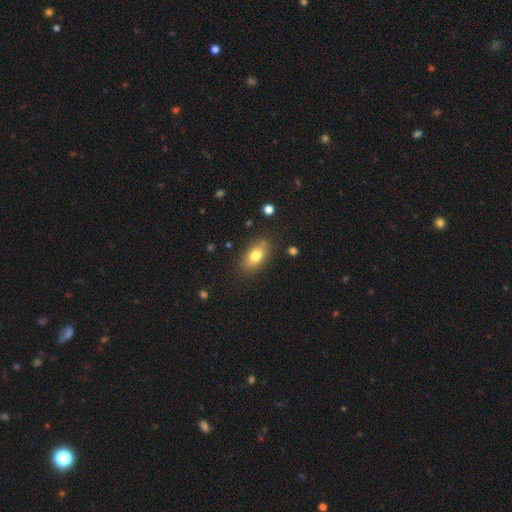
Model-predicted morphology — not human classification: This appears to be a smooth galaxy with no disk features (77%) that is in between round and cigar-shaped (85%). Merging: none (81%).